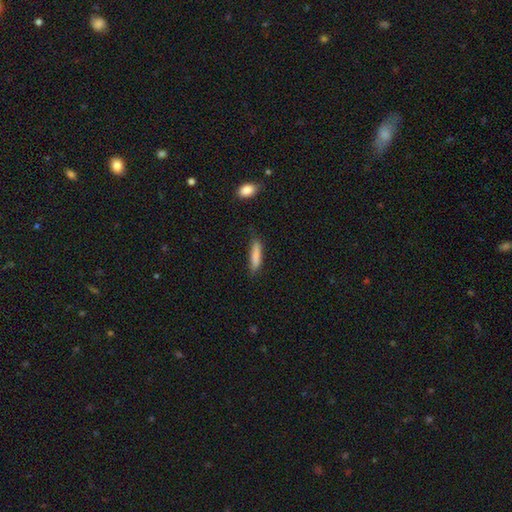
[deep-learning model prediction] The model was most divided on "merging": none: 76%, minor disturbance: 18%, major disturbance: 4%, merger: 2%. More confident: smooth or featured — smooth (83%); how rounded — cigar-shaped (80%).